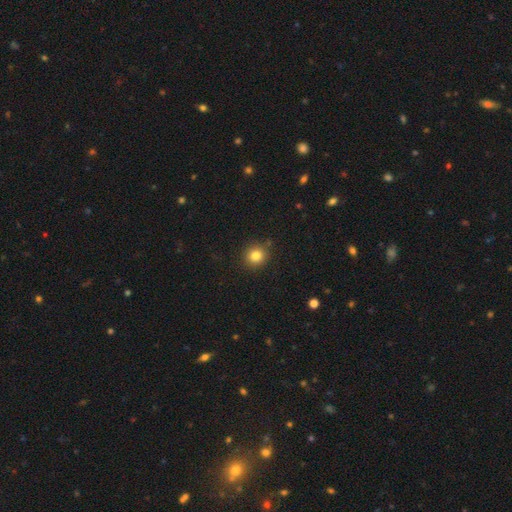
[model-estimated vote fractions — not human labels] smooth 83%, star or artifact 12%, featured or disk 6%. Down the decision tree: how rounded — round (89%); merging — none (88%).